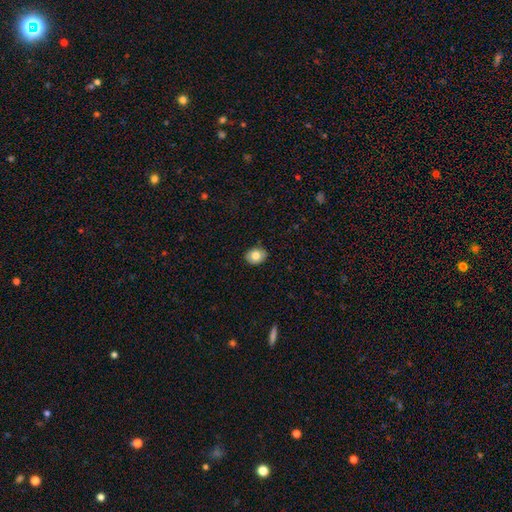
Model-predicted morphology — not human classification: type=smooth (79%); roundness=in between (50%); merging=none (87%).